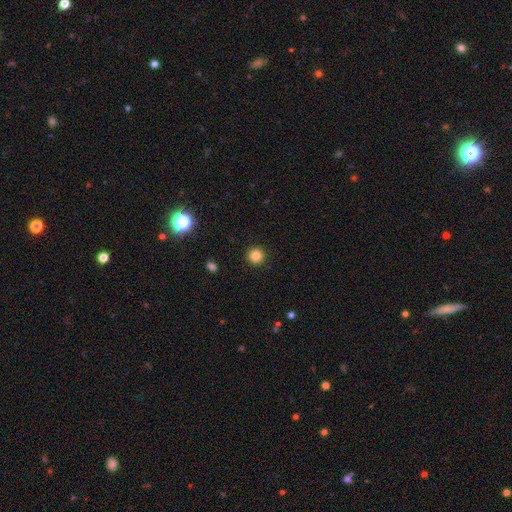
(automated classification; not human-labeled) Morphology: type=smooth (84%); roundness=round (96%); merging=none (93%).